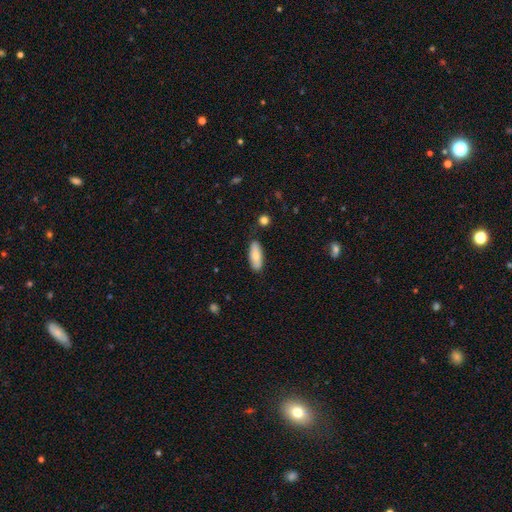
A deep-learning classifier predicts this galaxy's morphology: type=smooth (79%); roundness=in between (70%); merging=none (84%).